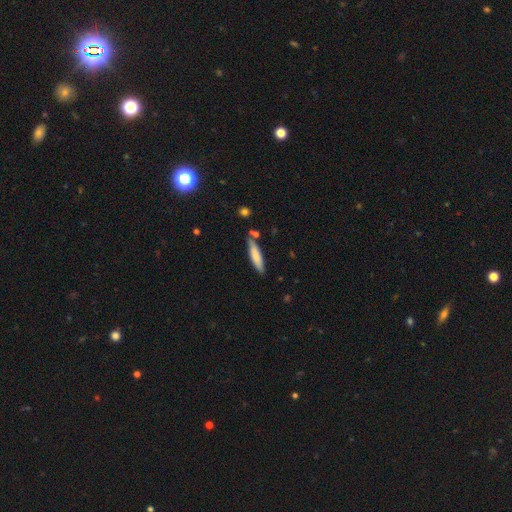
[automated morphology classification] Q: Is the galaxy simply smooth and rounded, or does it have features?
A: smooth — 75%.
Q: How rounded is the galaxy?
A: cigar-shaped — 79%.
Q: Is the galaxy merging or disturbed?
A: none — 77%.